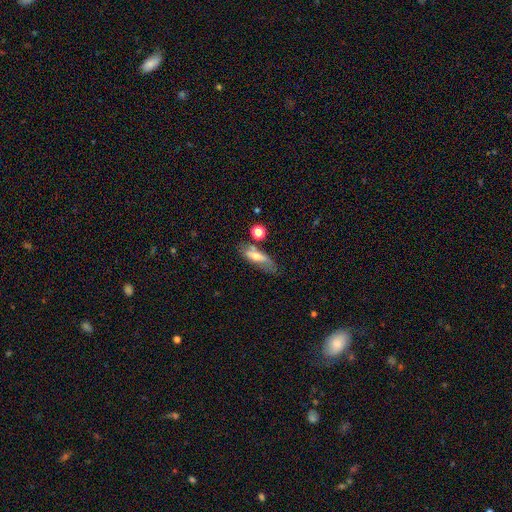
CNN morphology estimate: Q: Smooth or featured?
A: smooth (49%); runner-up: featured or disk (41%)
Q: Merging?
A: none (54%); runner-up: minor disturbance (23%)